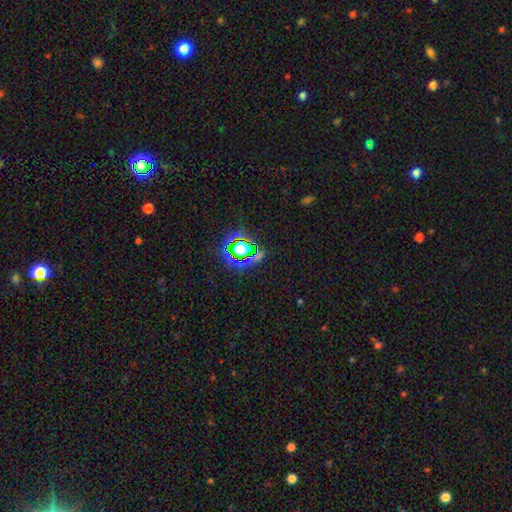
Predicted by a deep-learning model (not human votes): This is likely a star or artifact rather than a galaxy (74%).